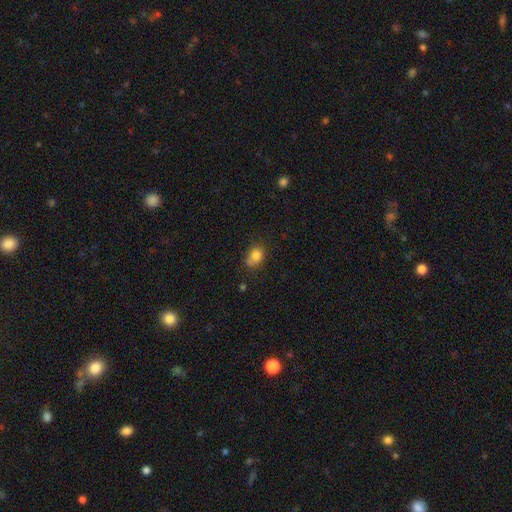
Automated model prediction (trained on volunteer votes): Morphology: type=smooth (81%); roundness=in between (55%); merging=none (52%).